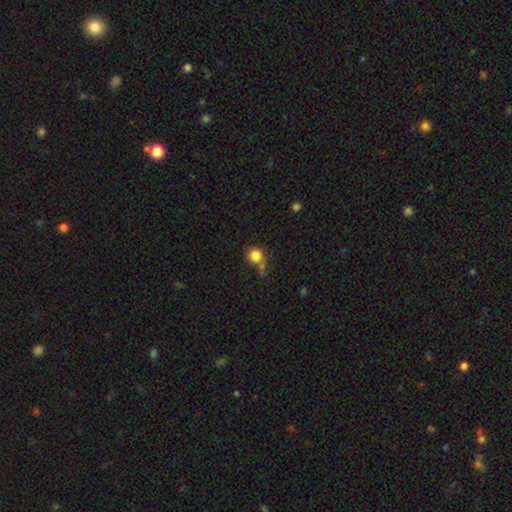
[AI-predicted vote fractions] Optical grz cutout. It shows a smooth galaxy with no disk features (83%) that is round (90%). Merging: none (65%).